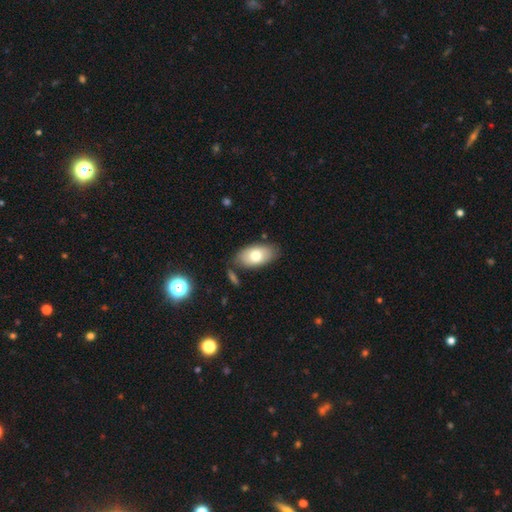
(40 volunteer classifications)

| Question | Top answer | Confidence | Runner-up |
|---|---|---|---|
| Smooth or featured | smooth | 88% | star or artifact (8%) |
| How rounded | in between | 100% | — |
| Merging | none | 76% | minor disturbance (8%) |